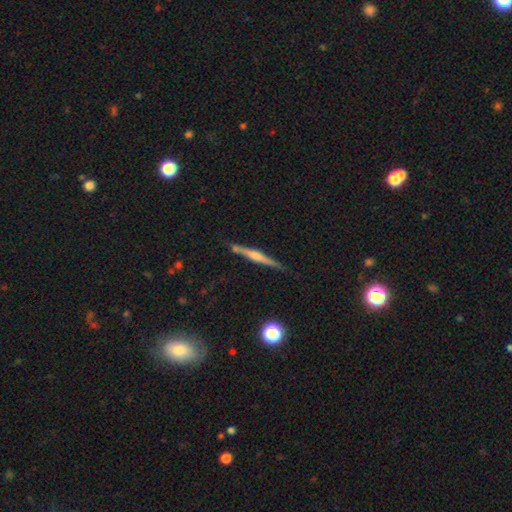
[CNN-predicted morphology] Q: Smooth or featured?
A: featured or disk (70%); runner-up: smooth (22%)
Q: Edge-on disk?
A: yes (98%); runner-up: no (2%)
Q: Edge-on bulge?
A: rounded (71%); runner-up: none (14%)
Q: Merging?
A: none (85%); runner-up: minor disturbance (10%)